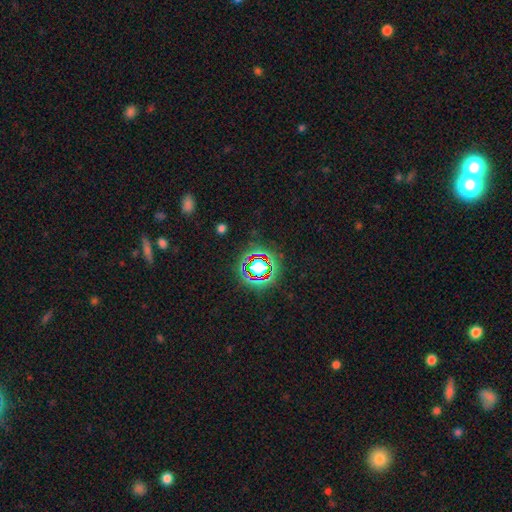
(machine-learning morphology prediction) Smooth or featured? Predicted: star or artifact (p=0.78).